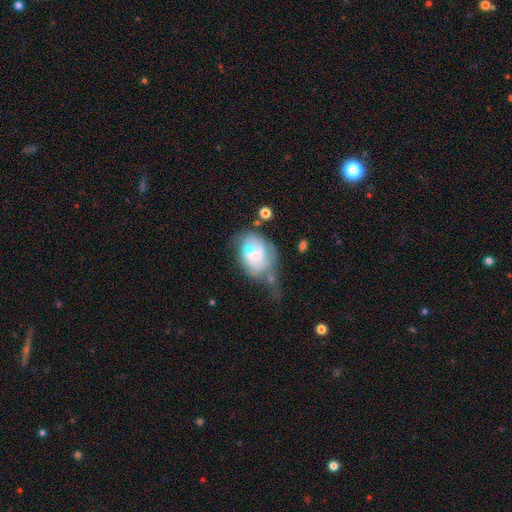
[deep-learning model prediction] Smooth or featured: featured or disk — 54% (smooth — 38%)
Edge-on disk: no — 97% (yes — 3%)
Bar: no — 70% (weak — 25%)
Spiral arms: yes — 71% (no — 29%)
Bulge size: small — 57% (moderate — 24%)
Merging: major disturbance — 32% (minor disturbance — 27%)